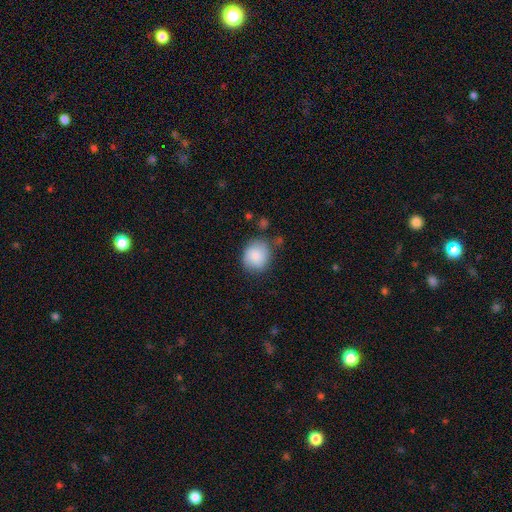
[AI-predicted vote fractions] Overall: smooth (86%). How rounded: round (76%). Merging: none (73%).